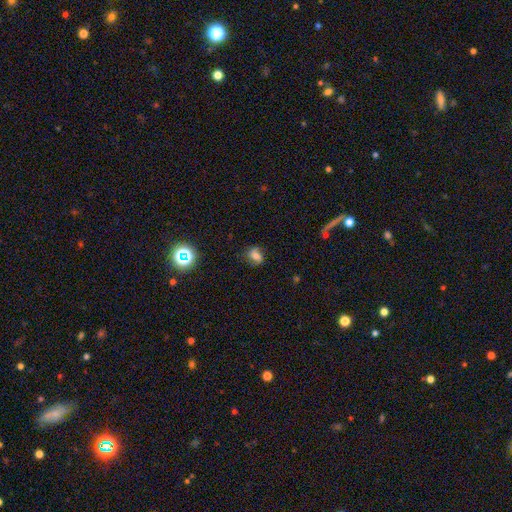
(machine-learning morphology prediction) smooth_or_featured: smooth (p=0.52) [alt: featured or disk p=0.31]
how_rounded: in between (p=0.52) [alt: round p=0.46]
merging: none (p=0.71) [alt: minor disturbance p=0.20]